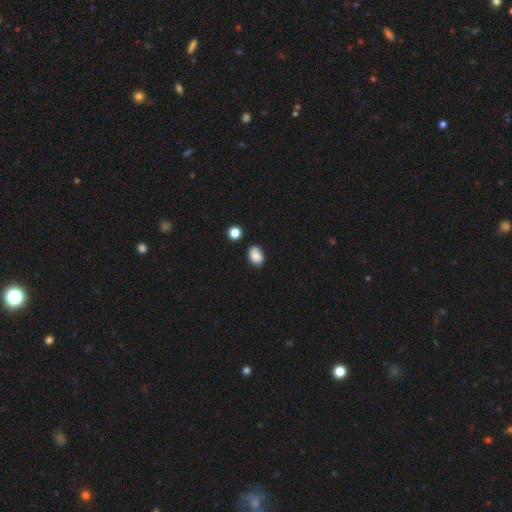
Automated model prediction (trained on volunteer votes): Smooth or featured: smooth — 85% (star or artifact — 9%)
How rounded: in between — 75% (round — 24%)
Merging: none — 76% (minor disturbance — 17%)